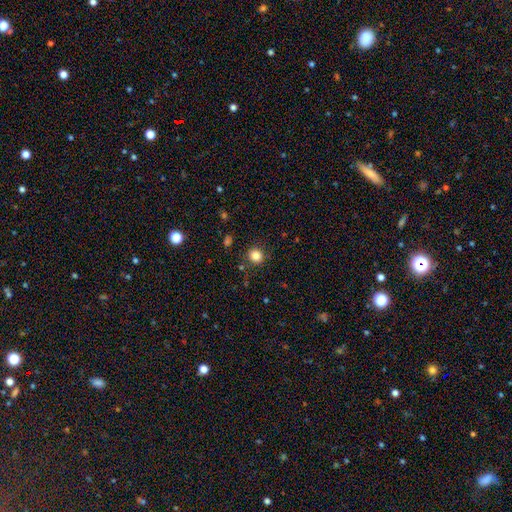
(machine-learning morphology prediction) smooth 83%, star or artifact 12%, featured or disk 5%. Down the decision tree: how rounded — round (89%); merging — none (88%).